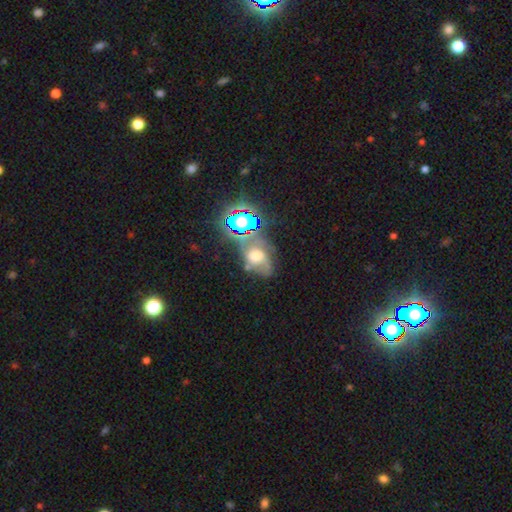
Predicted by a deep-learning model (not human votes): Morphology: type=featured or disk (47%); merging=none (43%).